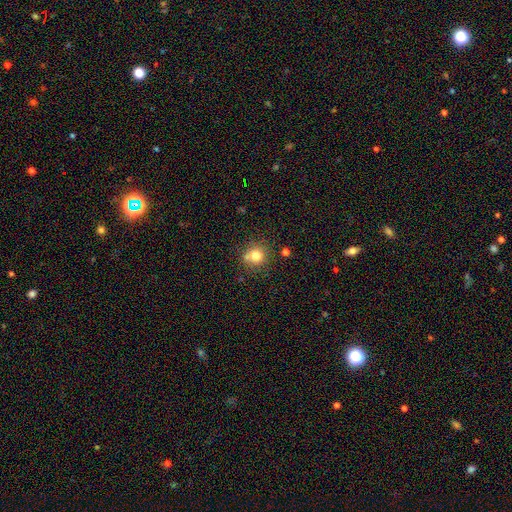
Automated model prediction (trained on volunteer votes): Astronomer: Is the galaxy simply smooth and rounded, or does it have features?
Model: smooth — 76%.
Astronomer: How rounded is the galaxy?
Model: round — 90%.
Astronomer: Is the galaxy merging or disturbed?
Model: none — 67%.